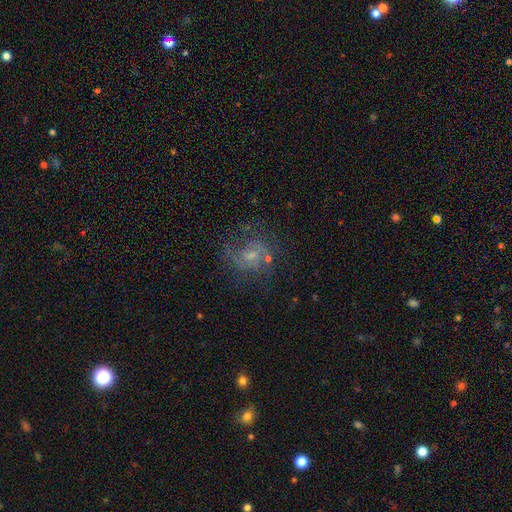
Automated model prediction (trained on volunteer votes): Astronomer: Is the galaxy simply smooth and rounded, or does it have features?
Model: featured or disk — 72%.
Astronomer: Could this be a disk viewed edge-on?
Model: no — 98%.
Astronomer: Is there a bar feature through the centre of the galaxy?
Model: no — 50% (runner-up: weak, 42%).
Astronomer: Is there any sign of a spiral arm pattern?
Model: yes — 89%.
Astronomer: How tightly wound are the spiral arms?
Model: medium — 51%.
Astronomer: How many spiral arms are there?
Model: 2 — 67%.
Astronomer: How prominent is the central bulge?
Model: small — 54% (runner-up: moderate, 32%).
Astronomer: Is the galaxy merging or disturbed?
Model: none — 65%.